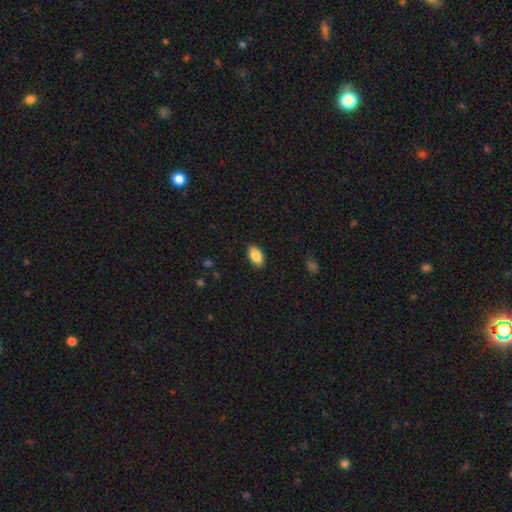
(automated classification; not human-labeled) smooth_or_featured: smooth (p=0.87) [alt: star or artifact p=0.07]
how_rounded: in between (p=0.93) [alt: round p=0.04]
merging: none (p=0.88) [alt: minor disturbance p=0.09]